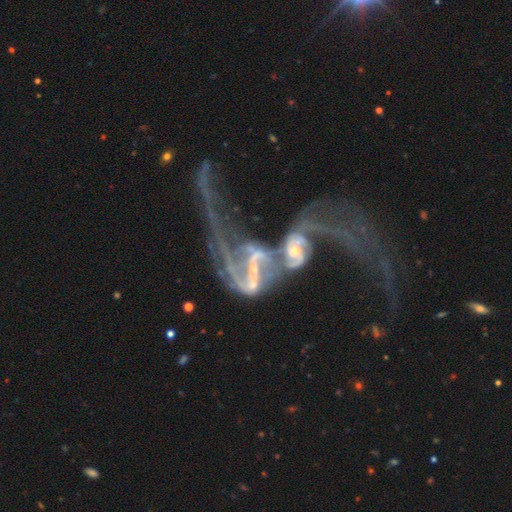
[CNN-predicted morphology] This appears to be a featured or disk galaxy (86%) with a strong bar (36%), 2 (57%) loose (45%) spiral arms (86%) and a small central bulge (47%). Merging: merger (72%).